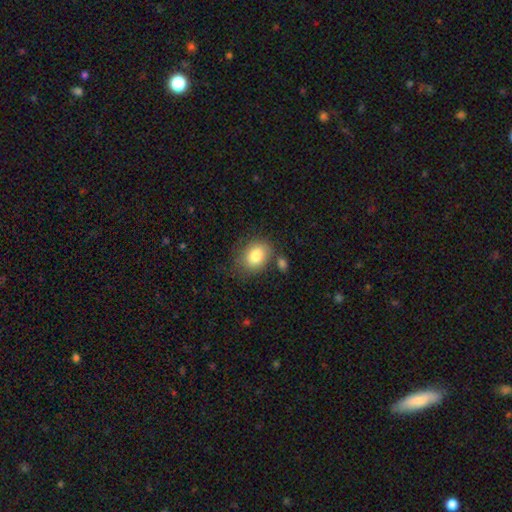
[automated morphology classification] A smooth galaxy with no disk features (82%) that is in between round and cigar-shaped (61%). Merging: none (68%).